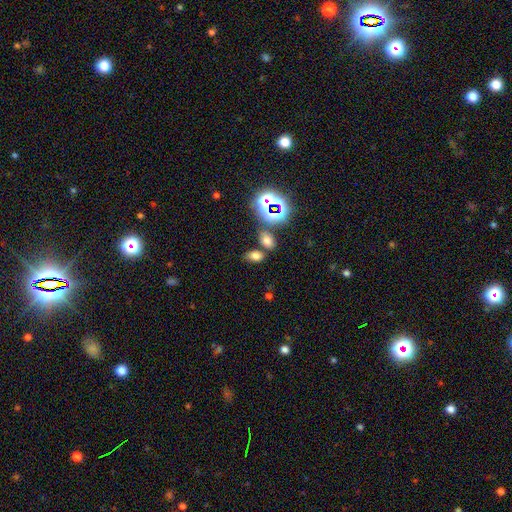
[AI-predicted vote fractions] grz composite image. It shows a smooth galaxy with no disk features (68%) that is in between round and cigar-shaped (87%). Merging: none (68%).